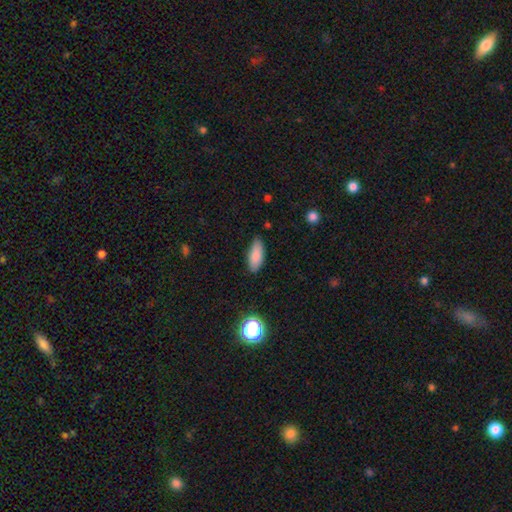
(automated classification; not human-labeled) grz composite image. It shows a smooth galaxy with no disk features (85%) that is in between round and cigar-shaped (80%). Merging: none (79%).